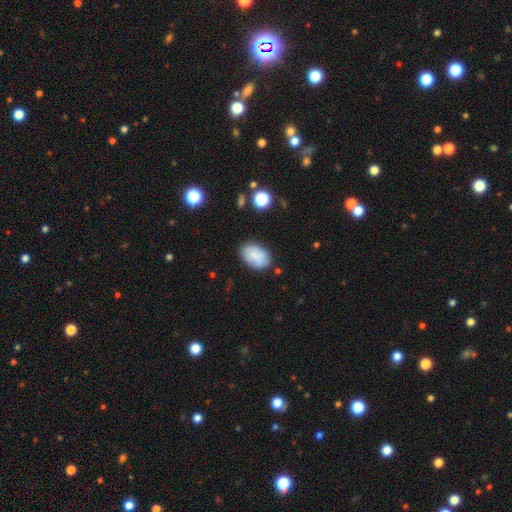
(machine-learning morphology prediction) Smooth or featured? Predicted: smooth (p=0.82). How rounded? Predicted: in between (p=0.86). Merging? Predicted: none (p=0.78).